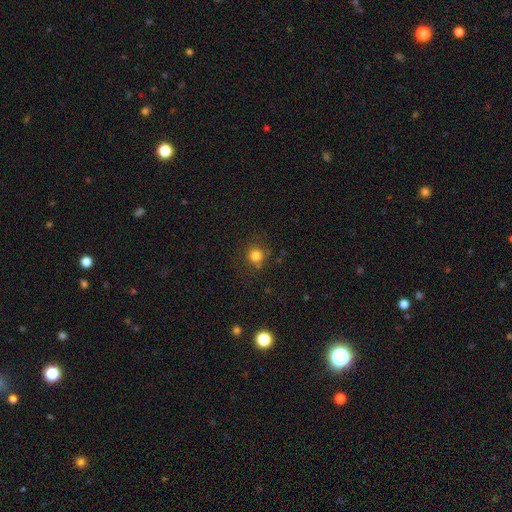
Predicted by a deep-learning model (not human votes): A smooth galaxy with no disk features (81%) that is round (91%).

Vote fractions:
- Smooth or featured? smooth: 81% / star or artifact: 14% / featured or disk: 6%
- How rounded? round: 91% / in between: 8% / cigar-shaped: 1%
- Merging? none: 81% / minor disturbance: 12% / major disturbance: 4% / merger: 3%